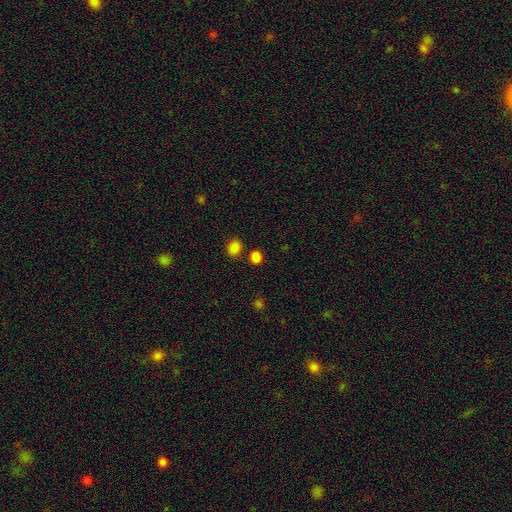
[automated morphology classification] smooth_or_featured: smooth (p=0.82) [alt: star or artifact p=0.15]
how_rounded: round (p=0.65) [alt: in between p=0.34]
merging: none (p=0.76) [alt: merger p=0.12]